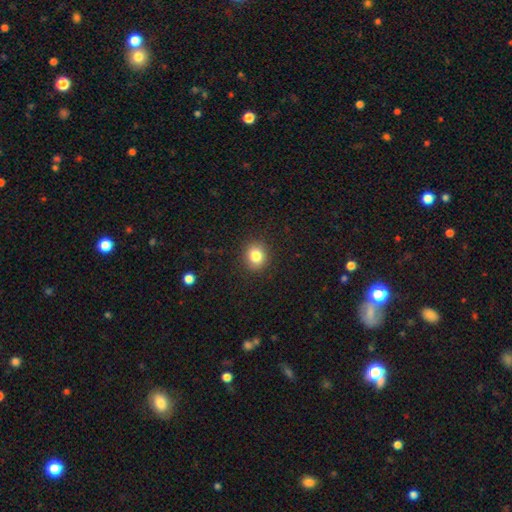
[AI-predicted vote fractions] smooth-or-featured: smooth: 83% | star or artifact: 11% | featured or disk: 7%
  how-rounded: round: 76% | in between: 23% | cigar-shaped: 1%
  merging: none: 90% | minor disturbance: 7% | major disturbance: 2% | merger: 1%